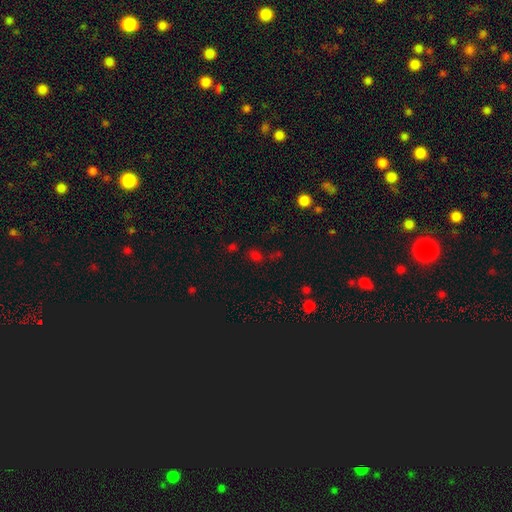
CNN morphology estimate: This appears to be a smooth galaxy with no disk features (50%). Merging: none (59%).